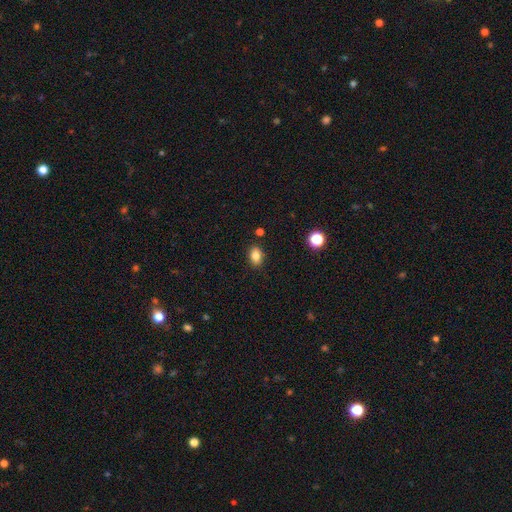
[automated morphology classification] A smooth galaxy with no disk features (82%) that is in between round and cigar-shaped (80%). Merging: none (87%).